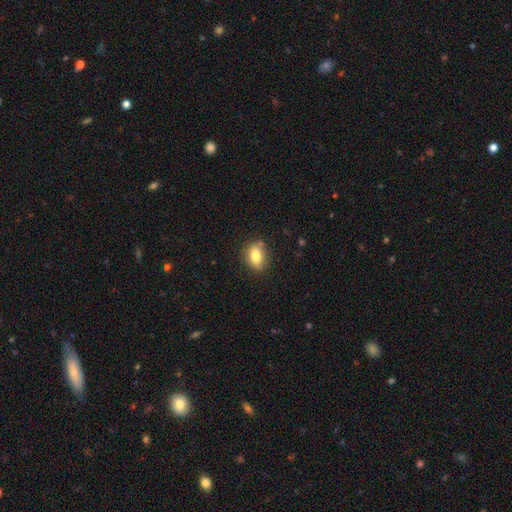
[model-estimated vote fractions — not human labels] Smooth or featured? Predicted: smooth (p=0.80). How rounded? Predicted: in between (p=0.74). Merging? Predicted: none (p=0.77).